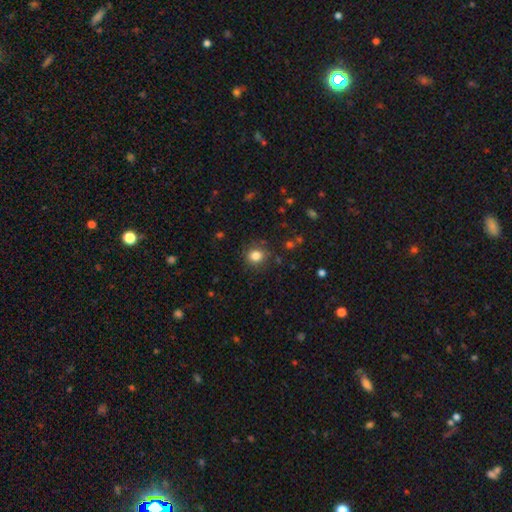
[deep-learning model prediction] Smooth or featured: smooth — 83% (star or artifact — 11%)
How rounded: round — 76% (in between — 23%)
Merging: none — 83% (minor disturbance — 12%)